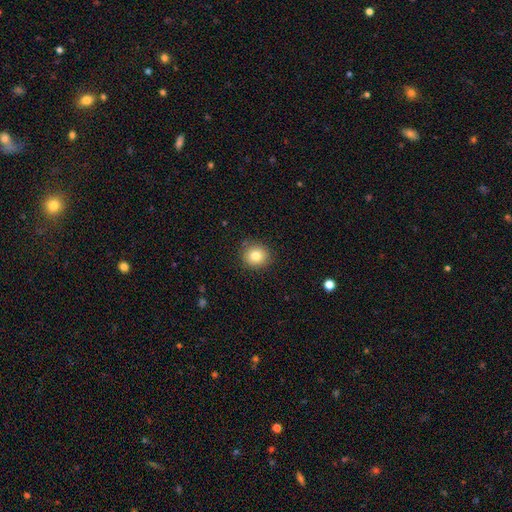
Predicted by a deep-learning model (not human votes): Morphology: type=smooth (82%); roundness=round (90%); merging=none (88%).